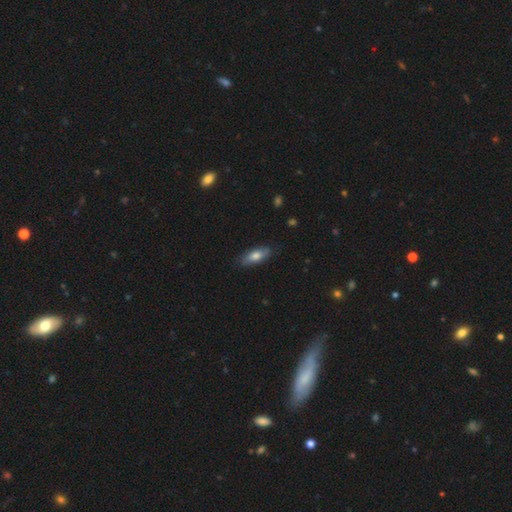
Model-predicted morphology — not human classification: smooth 71%, featured or disk 23%, star or artifact 6%. Down the decision tree: how rounded — in between (72%); merging — none (83%).